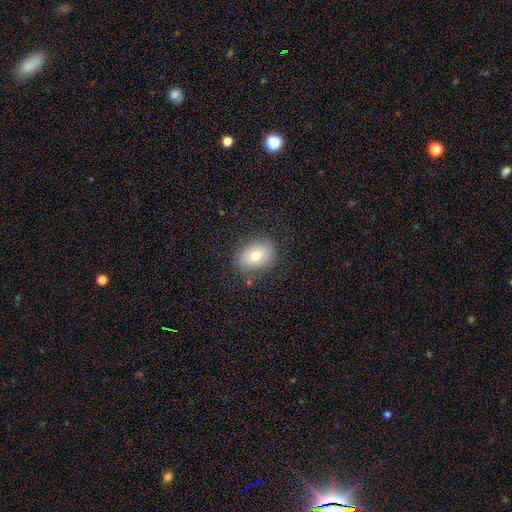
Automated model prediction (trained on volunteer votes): Smooth or featured?
  - smooth: 69% *
  - featured or disk: 21%
  - star or artifact: 10%
How rounded?
  - in between: 71% *
  - round: 28%
  - cigar-shaped: 1%
Merging?
  - none: 81% *
  - minor disturbance: 13%
  - major disturbance: 4%
  - merger: 2%